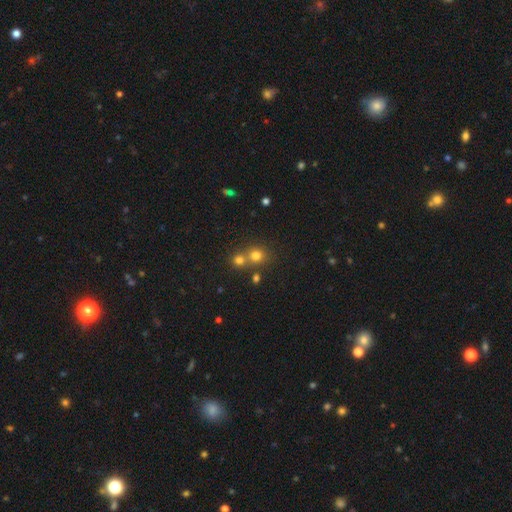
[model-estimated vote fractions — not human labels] smooth_or_featured: smooth (p=0.74) [alt: star or artifact p=0.17]
how_rounded: round (p=0.86) [alt: in between p=0.13]
merging: none (p=0.52) [alt: merger p=0.40]